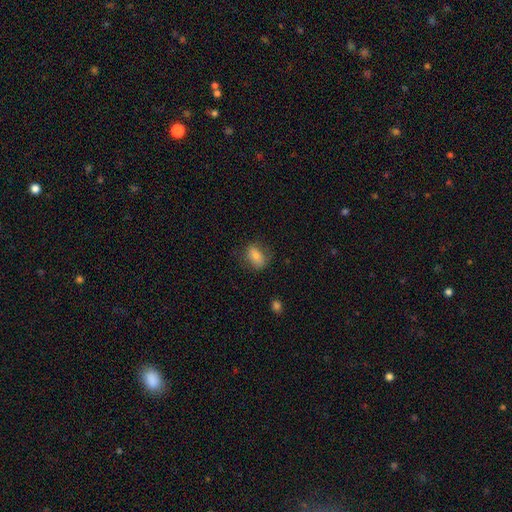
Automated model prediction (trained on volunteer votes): smooth 75%, featured or disk 16%, star or artifact 9%. Down the decision tree: how rounded — in between (77%); merging — none (76%).